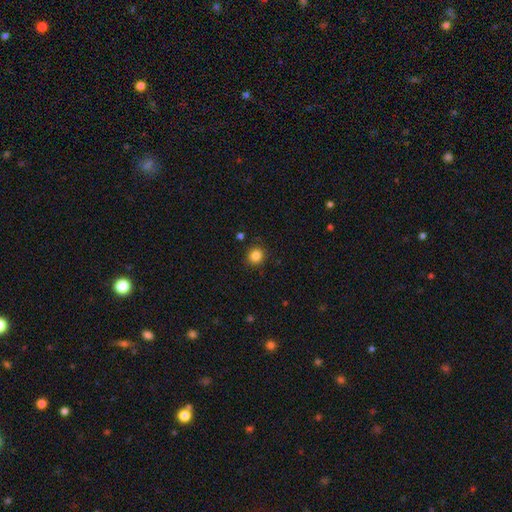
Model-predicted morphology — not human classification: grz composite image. It shows a smooth galaxy with no disk features (84%) that is round (90%). Merging: none (90%).